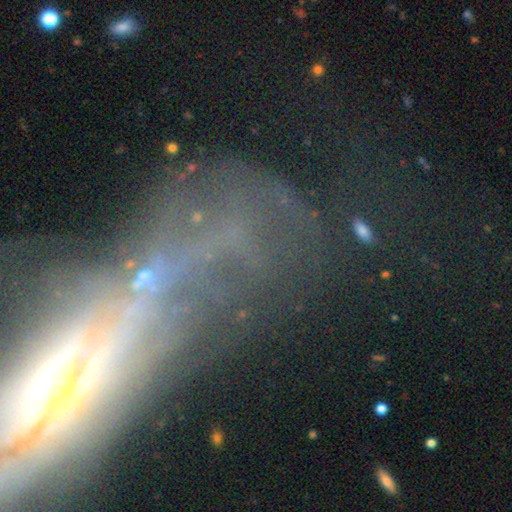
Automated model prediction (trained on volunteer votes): smooth-or-featured: featured or disk: 46% | star or artifact: 34% | smooth: 20%
  merging: none: 45% | major disturbance: 26% | minor disturbance: 16% | merger: 13%